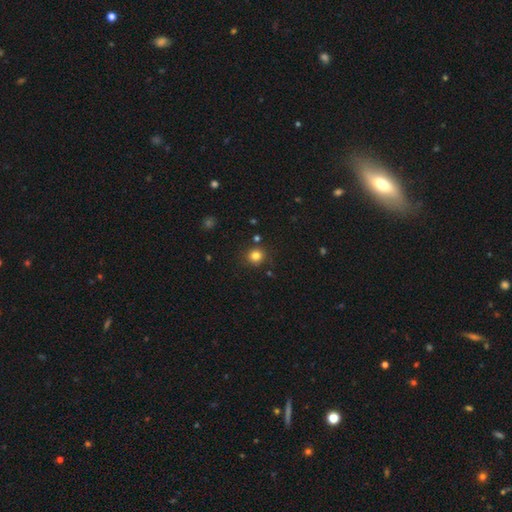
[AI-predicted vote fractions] Overall: smooth (81%). How rounded: round (91%). Merging: none (85%).